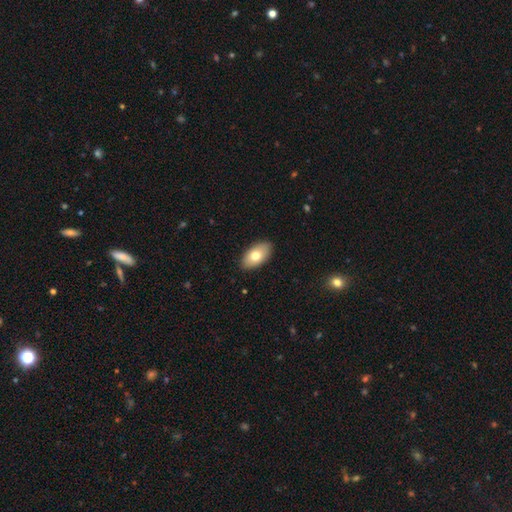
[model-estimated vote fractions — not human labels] Smooth or featured?
  - smooth: 74% *
  - featured or disk: 19%
  - star or artifact: 7%
How rounded?
  - in between: 94% *
  - round: 4%
  - cigar-shaped: 2%
Merging?
  - none: 89% *
  - minor disturbance: 8%
  - major disturbance: 2%
  - merger: 1%